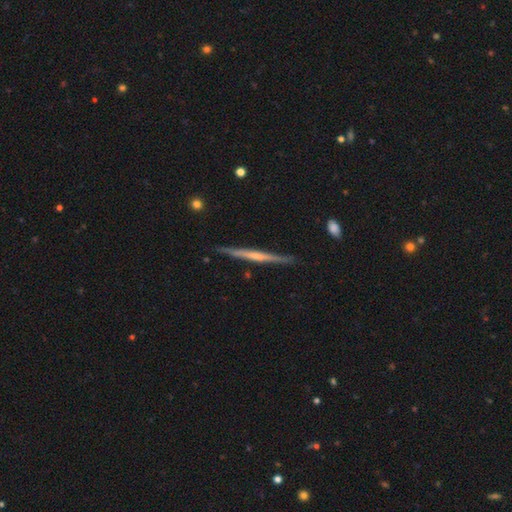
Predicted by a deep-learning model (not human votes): smooth-or-featured: featured or disk: 70% | smooth: 24% | star or artifact: 5%
  disk-edge-on: yes: 98% | no: 2%
    edge-on-bulge: none: 51% | rounded: 38% | boxy: 11%
  merging: none: 88% | minor disturbance: 9% | major disturbance: 2% | merger: 1%